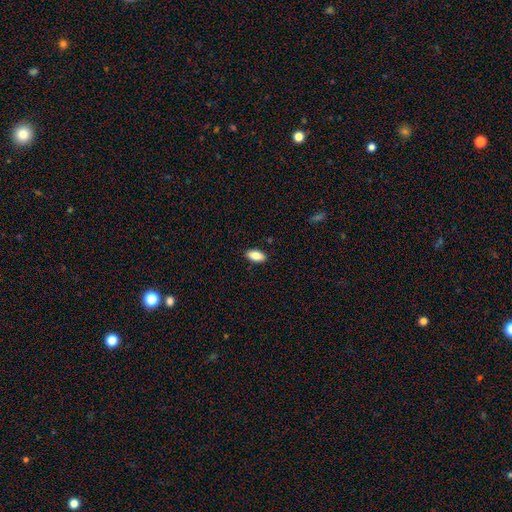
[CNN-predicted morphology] smooth 85%, featured or disk 8%, star or artifact 7%. Down the decision tree: how rounded — in between (91%); merging — none (89%).